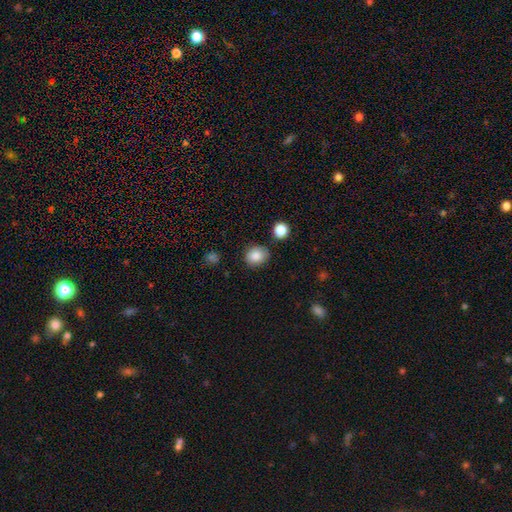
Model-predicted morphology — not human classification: type=smooth (86%); roundness=round (73%); merging=none (78%).